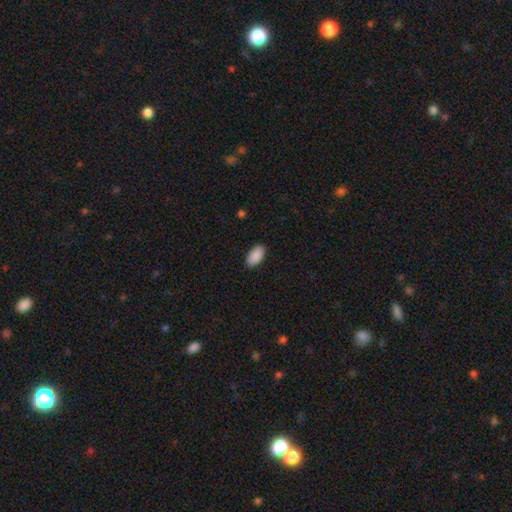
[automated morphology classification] A smooth galaxy with no disk features (91%) that is in between round and cigar-shaped (94%). Merging: none (89%).